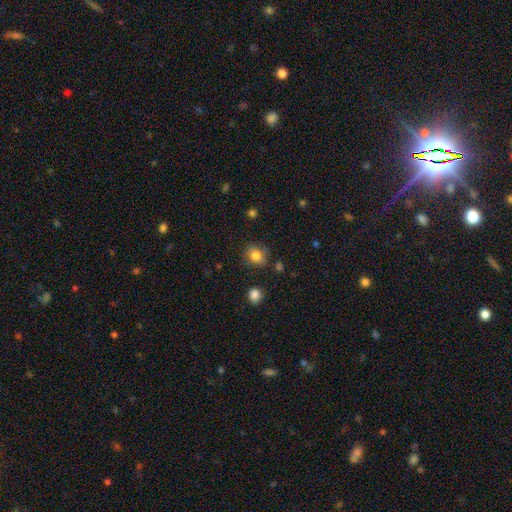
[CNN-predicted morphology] type=smooth (83%); roundness=round (64%); merging=none (77%).